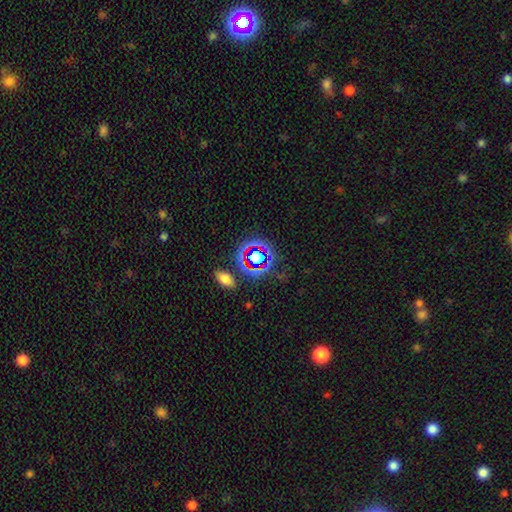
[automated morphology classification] A star or artifact, not a galaxy (53%).

Vote fractions:
- Smooth or featured? star or artifact: 53% / smooth: 33% / featured or disk: 14%